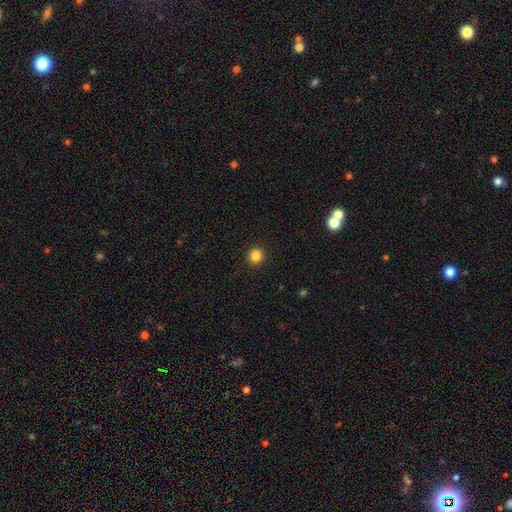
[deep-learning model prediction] This appears to be a smooth galaxy with no disk features (84%) that is round (94%). Merging: none (93%).